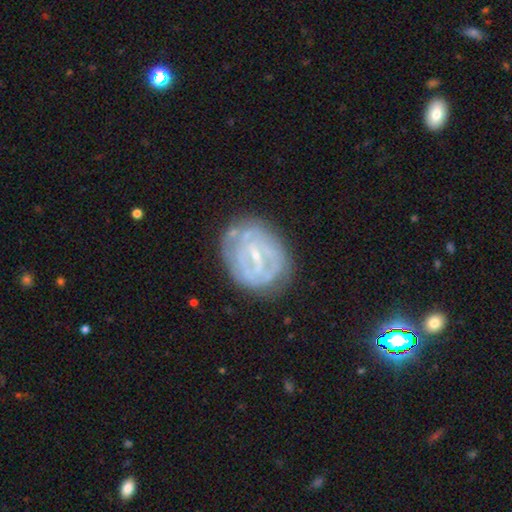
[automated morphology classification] Q: Smooth or featured?
A: featured or disk (77%); runner-up: smooth (16%)
Q: Edge-on disk?
A: no (97%); runner-up: yes (3%)
Q: Bar?
A: weak (46%); runner-up: strong (35%)
Q: Spiral arms?
A: yes (74%); runner-up: no (26%)
Q: Spiral winding?
A: tight (68%); runner-up: medium (24%)
Q: Spiral arm count?
A: can't tell (44%); runner-up: 2 (35%)
Q: Bulge size?
A: small (72%); runner-up: moderate (19%)
Q: Merging?
A: none (71%); runner-up: minor disturbance (19%)